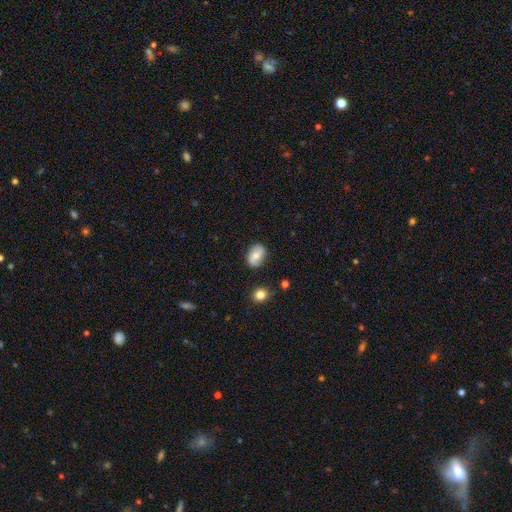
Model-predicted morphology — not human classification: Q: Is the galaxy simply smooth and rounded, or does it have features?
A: smooth — 60%.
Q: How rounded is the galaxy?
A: in between — 70%.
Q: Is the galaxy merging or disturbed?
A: none — 81%.